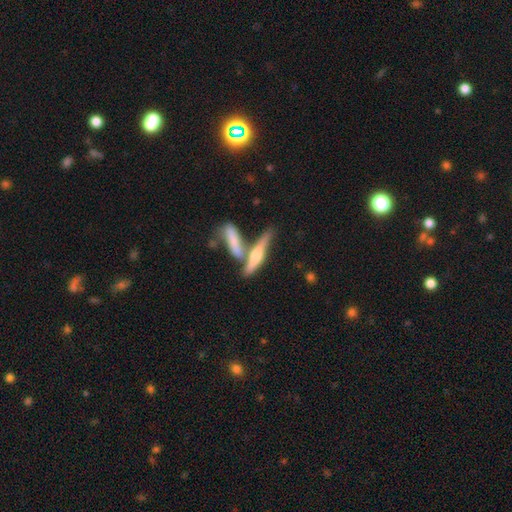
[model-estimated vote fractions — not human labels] featured or disk 49%, smooth 43%, star or artifact 7%. Down the decision tree: merging — merger (43%).